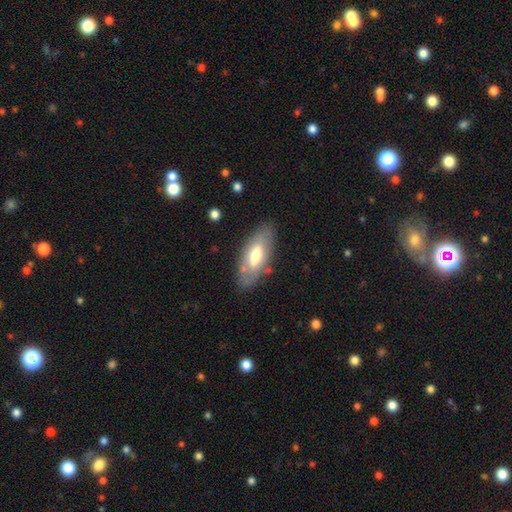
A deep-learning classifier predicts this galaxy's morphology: Smooth or featured? smooth (56%)
How rounded? in between (82%)
Merging? none (78%)